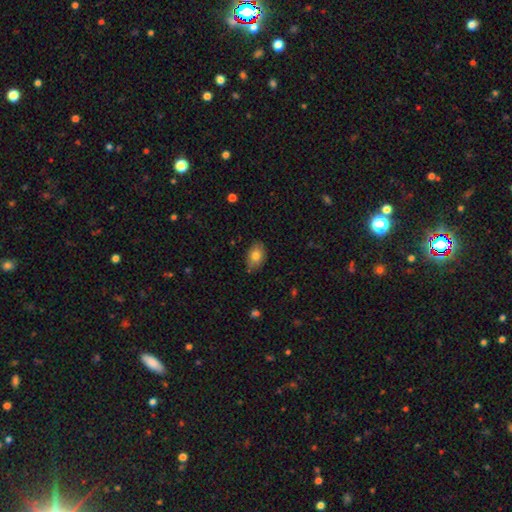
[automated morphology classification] smooth 79%, featured or disk 13%, star or artifact 8%. Down the decision tree: how rounded — in between (83%); merging — none (81%).